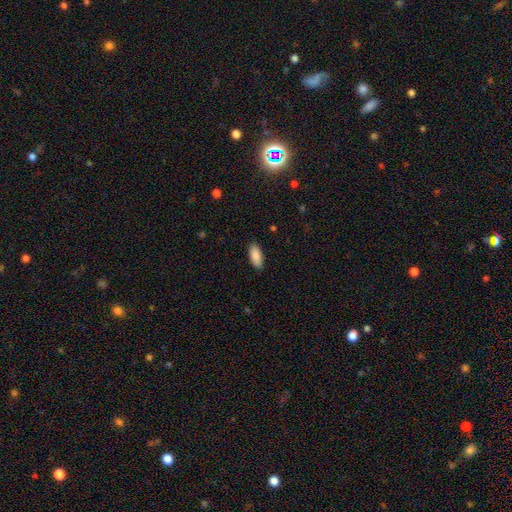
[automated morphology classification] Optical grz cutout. It shows a smooth galaxy with no disk features (89%) that is in between round and cigar-shaped (84%). Merging: none (88%).